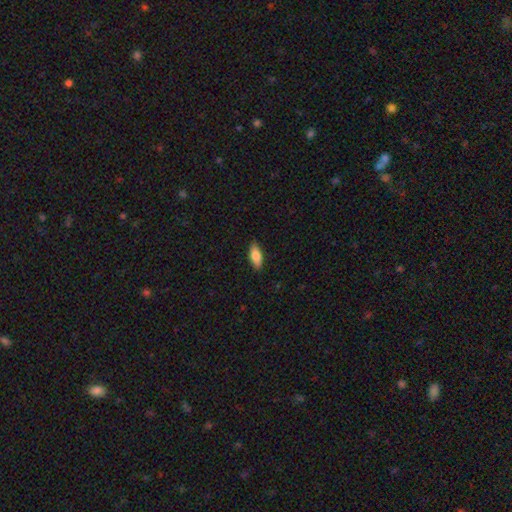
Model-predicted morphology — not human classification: This is clearly a smooth galaxy (84%). How rounded: clearly in between (80%). Merging: clearly none (87%).